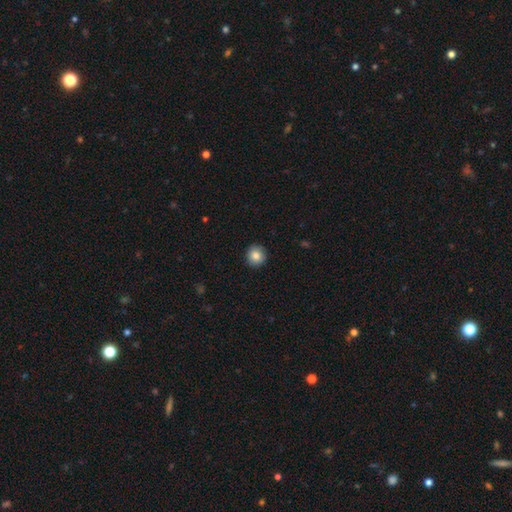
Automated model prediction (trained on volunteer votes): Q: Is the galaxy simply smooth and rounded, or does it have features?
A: smooth — 85%.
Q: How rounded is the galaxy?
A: round — 93%.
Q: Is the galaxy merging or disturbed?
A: none — 91%.